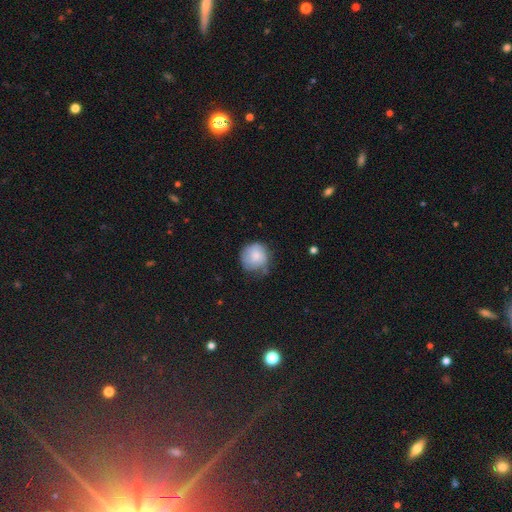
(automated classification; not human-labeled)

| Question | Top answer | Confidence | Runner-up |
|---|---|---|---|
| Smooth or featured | smooth | 63% | featured or disk (30%) |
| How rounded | round | 88% | in between (11%) |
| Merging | none | 58% | minor disturbance (30%) |